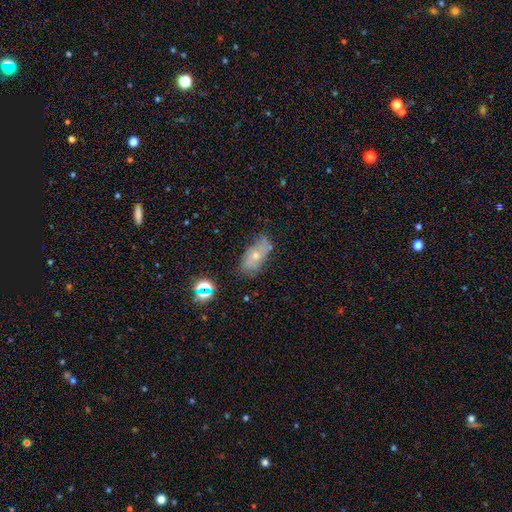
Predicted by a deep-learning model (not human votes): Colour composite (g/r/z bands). It shows a smooth galaxy with no disk features (44%). Merging: none (60%).